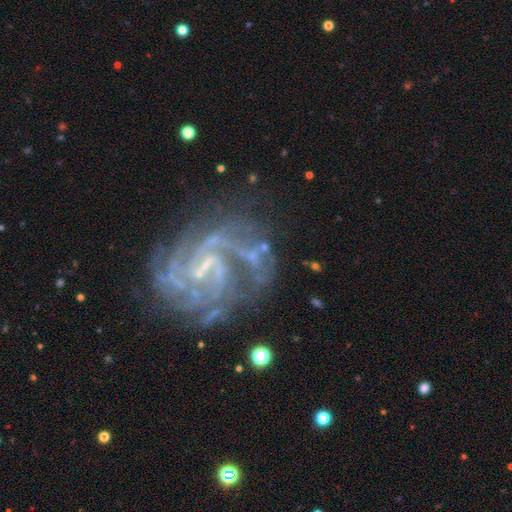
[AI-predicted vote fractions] Q: Smooth or featured?
A: featured or disk (86%); runner-up: star or artifact (8%)
Q: Edge-on disk?
A: no (98%); runner-up: yes (2%)
Q: Bar?
A: weak (49%); runner-up: strong (26%)
Q: Spiral arms?
A: yes (95%); runner-up: no (5%)
Q: Spiral winding?
A: medium (46%); runner-up: tight (41%)
Q: Spiral arm count?
A: 3 (24%); runner-up: can't tell (22%)
Q: Bulge size?
A: small (59%); runner-up: none (28%)
Q: Merging?
A: none (54%); runner-up: major disturbance (21%)